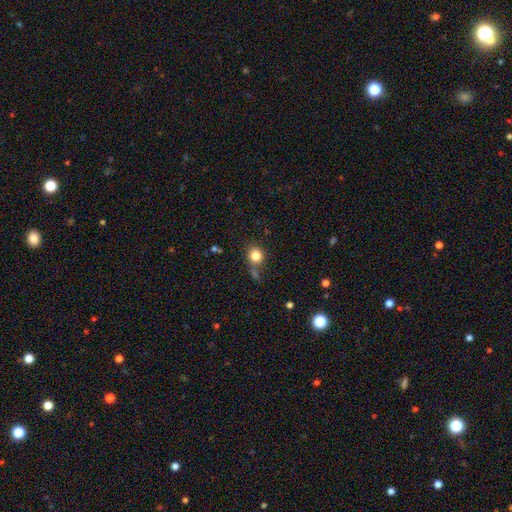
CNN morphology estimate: Smooth or featured? smooth (82%)
How rounded? round (86%)
Merging? none (65%)